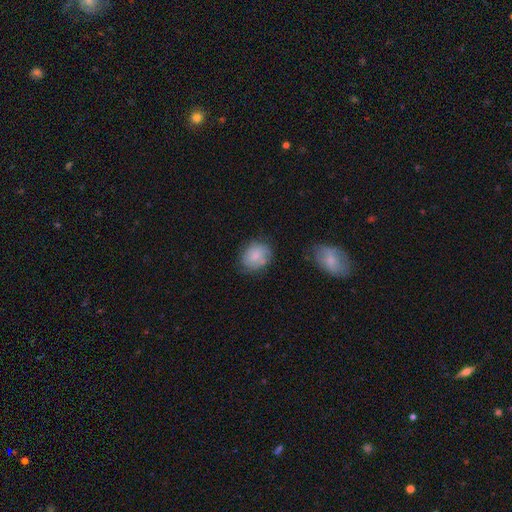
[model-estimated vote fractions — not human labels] Overall: smooth (71%). How rounded: round (53%; in between 46%). Merging: none (67%).